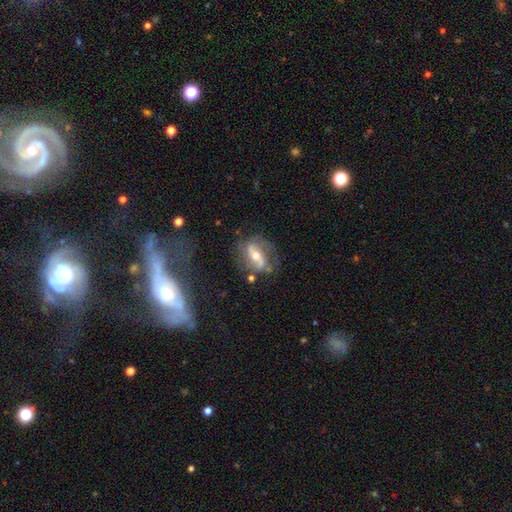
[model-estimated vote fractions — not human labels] This is likely a featured or disk galaxy (74%). It is clearly not viewed edge-on (92%). Bar: marginally strong (43%). Spiral arm pattern: clearly yes (83%). Spiral arm count: likely 2 (79%). Spiral winding: marginally loose (40%). Central bulge: likely moderate (65%). Merging: possibly none (59%).